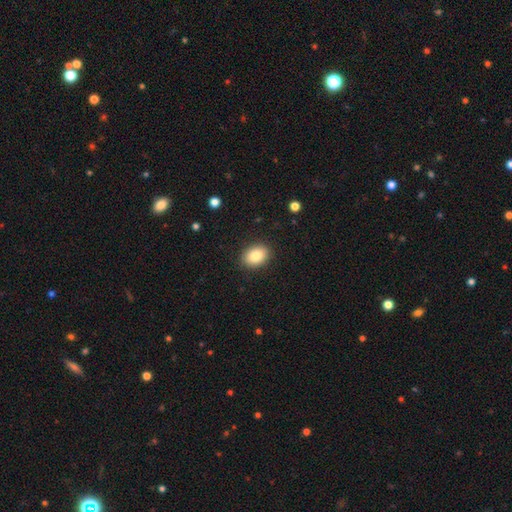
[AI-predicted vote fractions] A smooth galaxy with no disk features (85%) that is in between round and cigar-shaped (74%).

Vote fractions:
- Smooth or featured? smooth: 85% / star or artifact: 8% / featured or disk: 7%
- How rounded? in between: 74% / round: 26% / cigar-shaped: 1%
- Merging? none: 89% / minor disturbance: 8% / major disturbance: 2% / merger: 1%